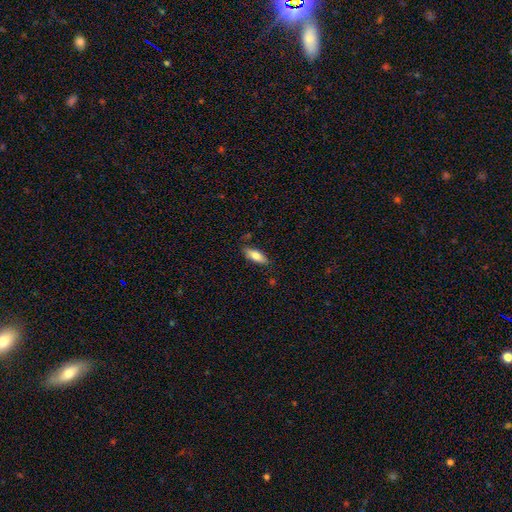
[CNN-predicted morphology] smooth_or_featured: smooth (p=0.75) [alt: featured or disk p=0.18]
how_rounded: in between (p=0.67) [alt: cigar-shaped p=0.31]
merging: none (p=0.81) [alt: minor disturbance p=0.14]